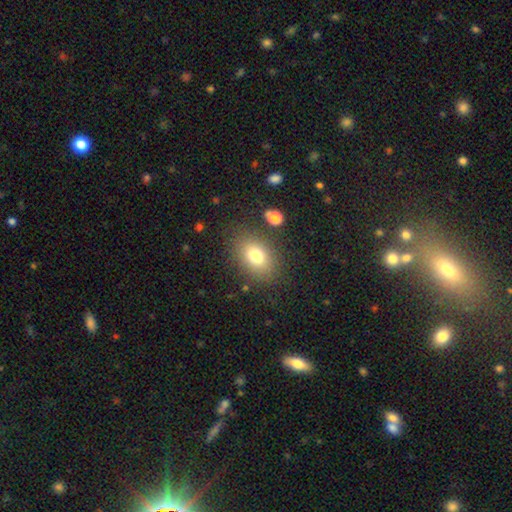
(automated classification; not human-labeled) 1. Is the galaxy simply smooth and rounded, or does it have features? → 77% smooth, 12% featured or disk, 11% star or artifact.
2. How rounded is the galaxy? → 76% in between, 22% round, 1% cigar-shaped.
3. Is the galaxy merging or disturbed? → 82% none, 11% minor disturbance, 5% major disturbance, 3% merger.